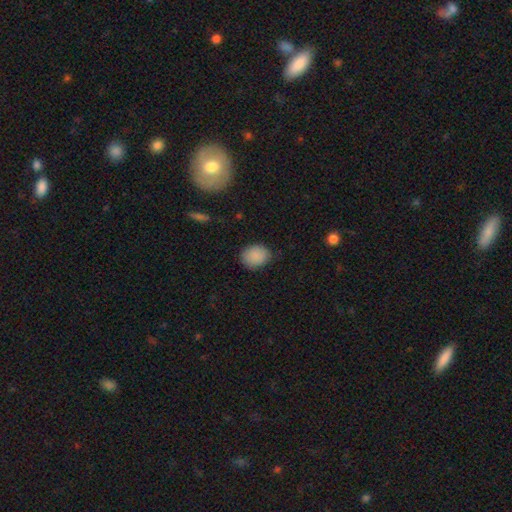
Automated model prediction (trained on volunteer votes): The model was most divided on "how rounded": round: 55%, in between: 44%, cigar-shaped: 1%. More confident: smooth or featured — smooth (88%); merging — none (81%).